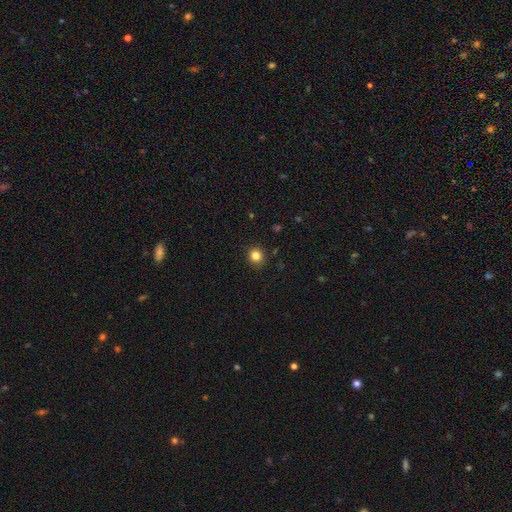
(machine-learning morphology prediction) This appears to be a smooth galaxy with no disk features (83%) that is round (90%). Merging: none (91%).